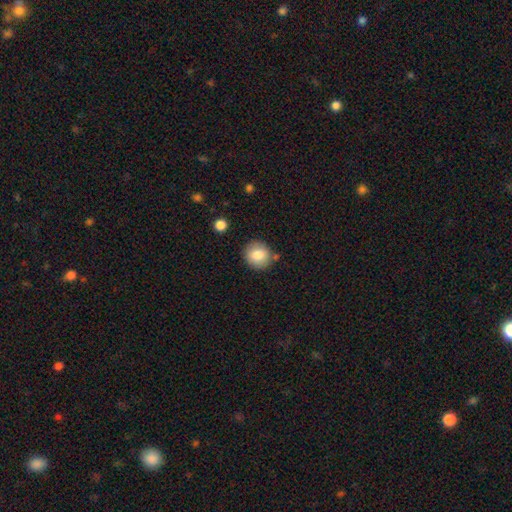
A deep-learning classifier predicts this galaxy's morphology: Overall: smooth (82%). How rounded: round (88%). Merging: none (82%).